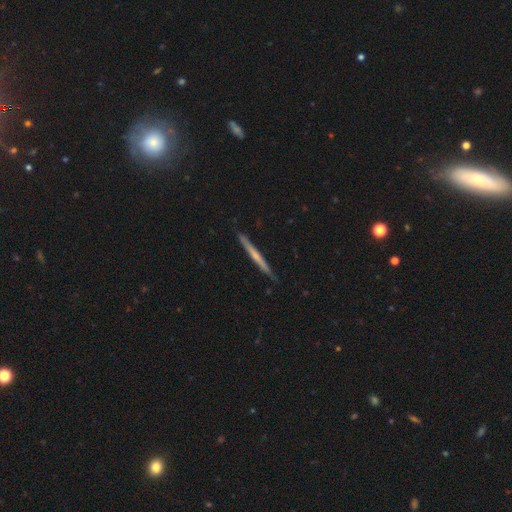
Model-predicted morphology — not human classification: The model was most divided on "smooth or featured": featured or disk: 55%, smooth: 40%, star or artifact: 5%. More confident: edge-on disk — yes (97%); merging — none (89%); edge-on bulge — none (65%).